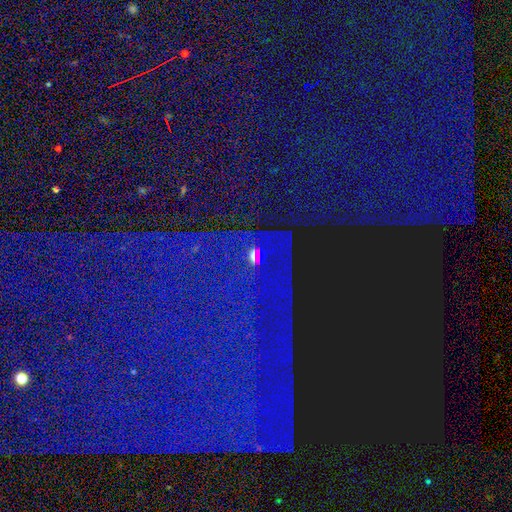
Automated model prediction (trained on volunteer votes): Smooth or featured: star or artifact — 81% (smooth — 10%)